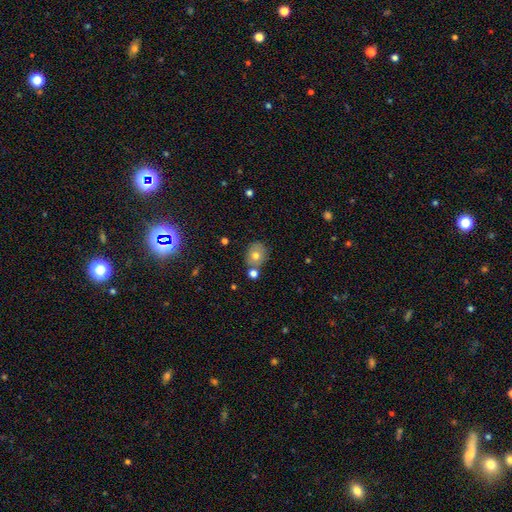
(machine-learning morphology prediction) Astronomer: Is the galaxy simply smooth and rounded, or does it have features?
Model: smooth — 71%.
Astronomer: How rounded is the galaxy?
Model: round — 61% (runner-up: in between, 38%).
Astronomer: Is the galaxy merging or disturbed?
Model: none — 66%.